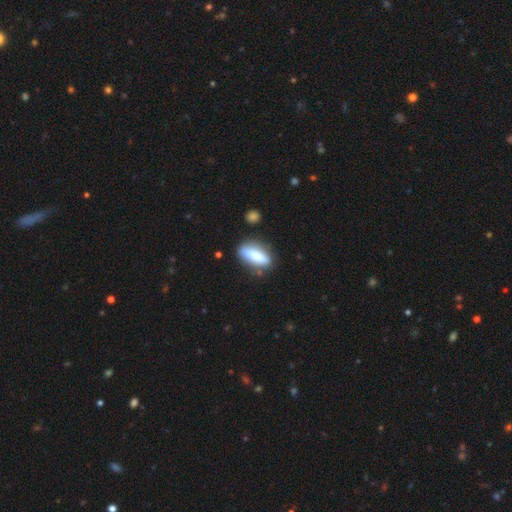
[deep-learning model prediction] A smooth galaxy with no disk features (65%) that is in between round and cigar-shaped (53%).

Vote fractions:
- Smooth or featured? smooth: 65% / featured or disk: 28% / star or artifact: 7%
- How rounded? in between: 53% / cigar-shaped: 44% / round: 3%
- Merging? none: 75% / minor disturbance: 16% / major disturbance: 5% / merger: 4%